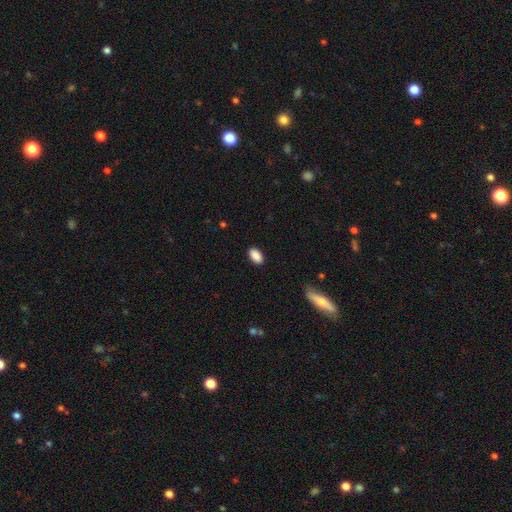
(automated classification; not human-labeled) A smooth galaxy with no disk features (90%) that is in between round and cigar-shaped (93%).

Vote fractions:
- Smooth or featured? smooth: 90% / star or artifact: 7% / featured or disk: 3%
- How rounded? in between: 93% / round: 5% / cigar-shaped: 3%
- Merging? none: 88% / minor disturbance: 9% / major disturbance: 2% / merger: 1%